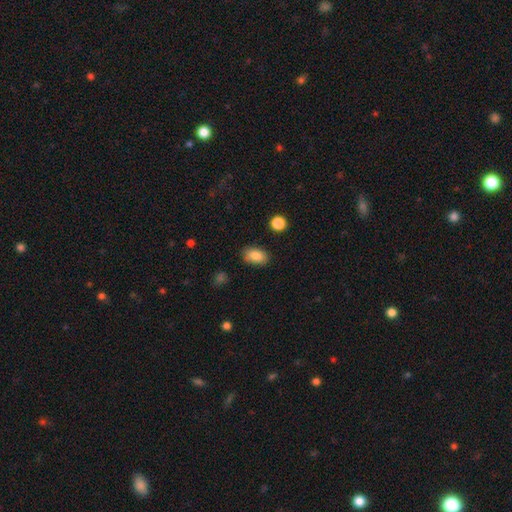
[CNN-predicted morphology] Smooth or featured? smooth (85%)
How rounded? in between (89%)
Merging? none (83%)